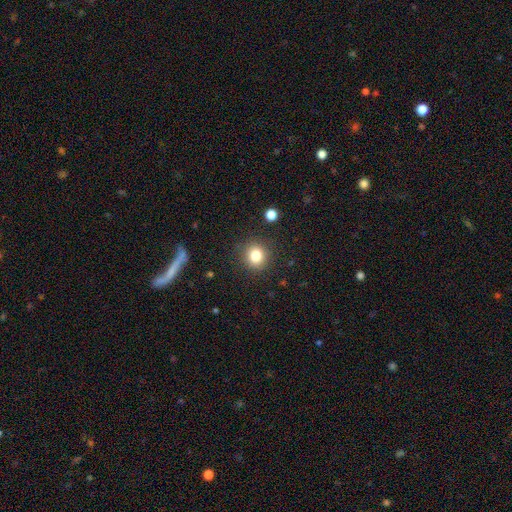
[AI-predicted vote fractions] Overall: smooth (81%). How rounded: round (87%). Merging: none (89%).